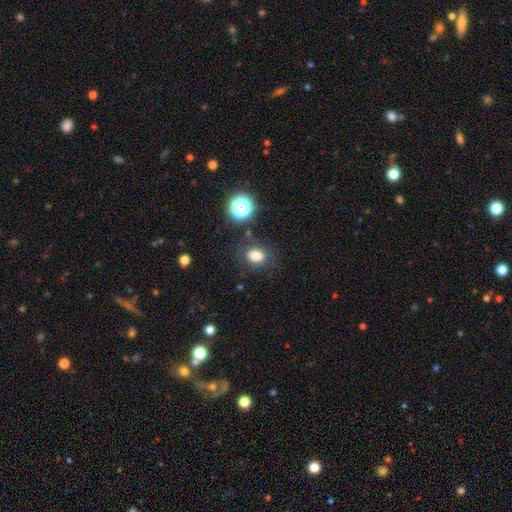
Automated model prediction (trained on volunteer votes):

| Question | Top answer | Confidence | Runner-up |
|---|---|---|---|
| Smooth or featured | smooth | 78% | star or artifact (15%) |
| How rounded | in between | 58% | round (41%) |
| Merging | none | 77% | minor disturbance (13%) |